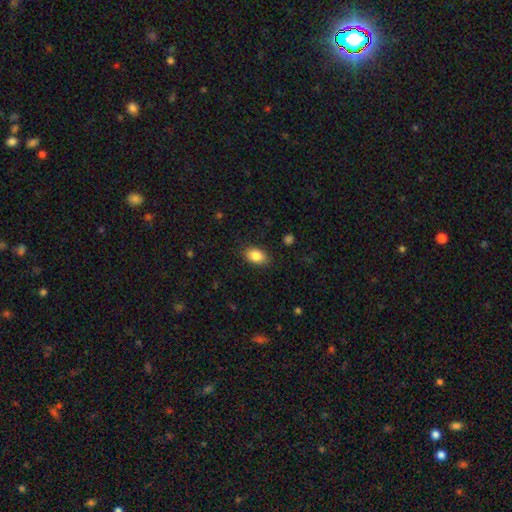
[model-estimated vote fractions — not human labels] Smooth or featured? Predicted: smooth (p=0.86). How rounded? Predicted: in between (p=0.88). Merging? Predicted: none (p=0.86).